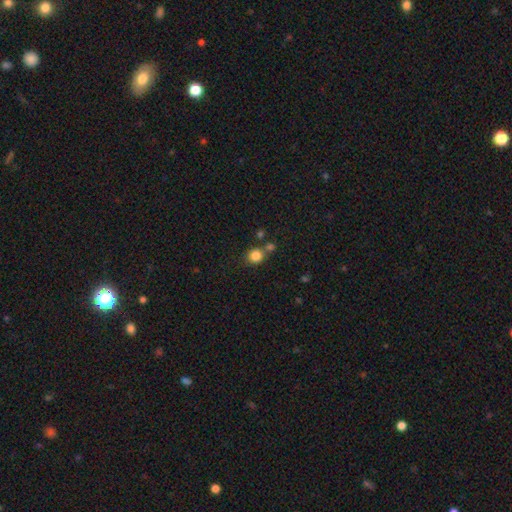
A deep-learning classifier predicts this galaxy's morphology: This is clearly a smooth galaxy (83%). How rounded: clearly round (85%). Merging: likely none (65%).